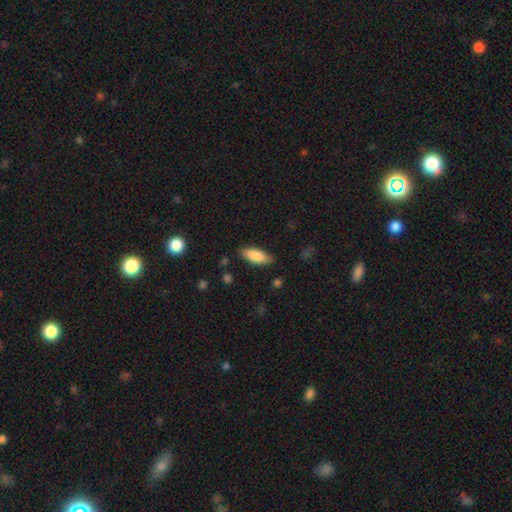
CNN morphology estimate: Smooth or featured: smooth — 87% (featured or disk — 7%)
How rounded: in between — 80% (cigar-shaped — 18%)
Merging: none — 83% (minor disturbance — 13%)